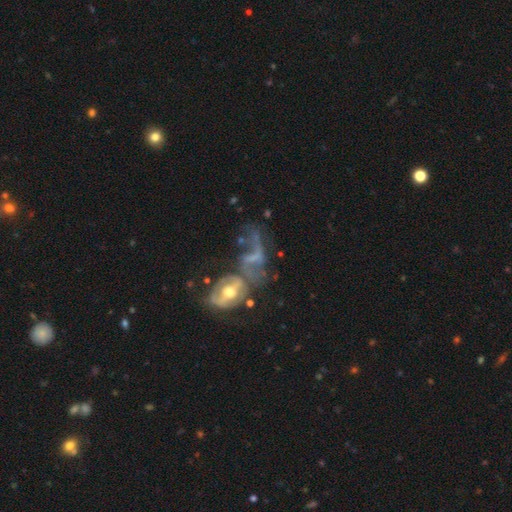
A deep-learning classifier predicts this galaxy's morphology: Overall: featured or disk (66%). Edge-on disk: no (93%). Bar: no (55%; weak 30%). Spiral arms: yes (50%, tied with no). Bulge size: moderate (37%; none 28%). Merging: merger (44%; major disturbance 29%).